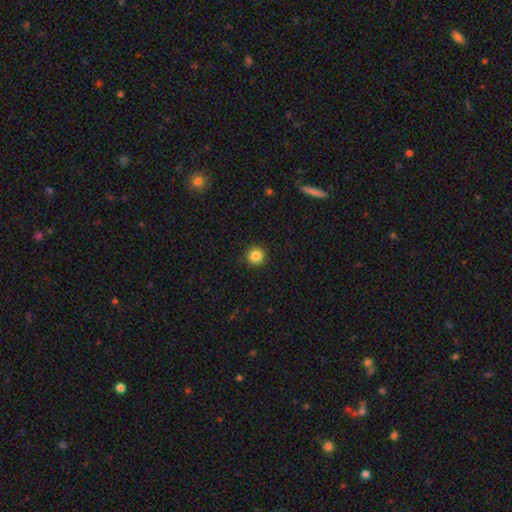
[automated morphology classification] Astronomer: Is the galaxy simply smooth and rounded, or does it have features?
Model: smooth — 85%.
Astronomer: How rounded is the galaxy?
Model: round — 95%.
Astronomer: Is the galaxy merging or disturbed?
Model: none — 90%.